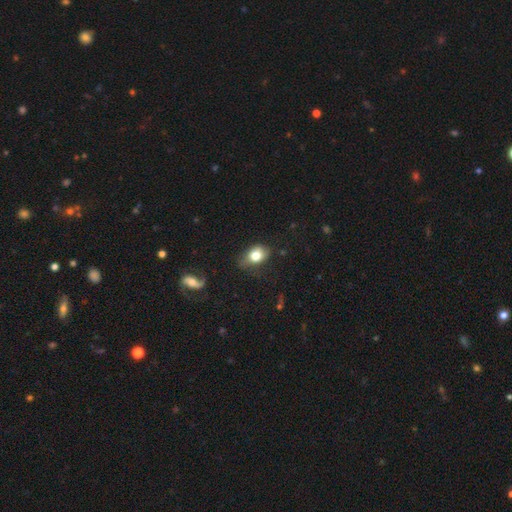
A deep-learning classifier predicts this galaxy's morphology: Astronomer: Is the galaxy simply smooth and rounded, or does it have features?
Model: smooth — 74%.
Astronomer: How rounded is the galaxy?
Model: in between — 69%.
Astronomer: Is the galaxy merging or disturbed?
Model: none — 56%.